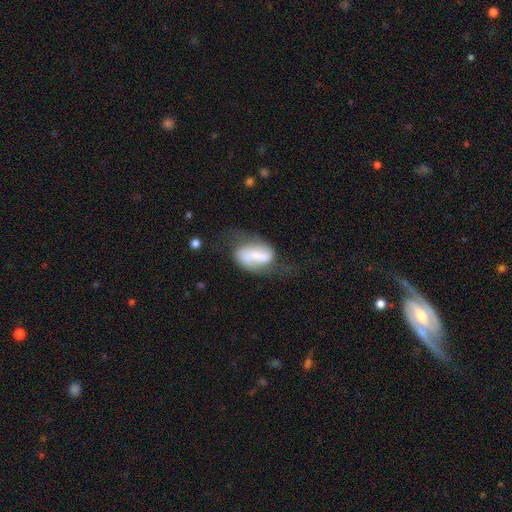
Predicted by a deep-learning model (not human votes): A featured or disk galaxy (52%).

Vote fractions:
- Smooth or featured? featured or disk: 52% / smooth: 41% / star or artifact: 8%
- Edge-on disk? no: 94% / yes: 6%
- Merging? none: 41% / minor disturbance: 27% / major disturbance: 26% / merger: 7%